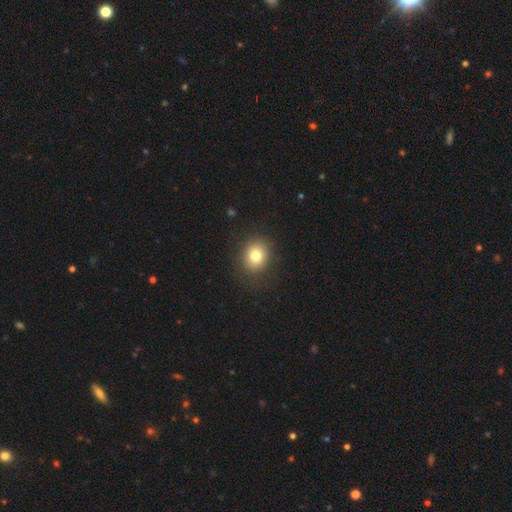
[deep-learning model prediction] Smooth or featured? smooth (79%)
How rounded? round (70%)
Merging? none (87%)